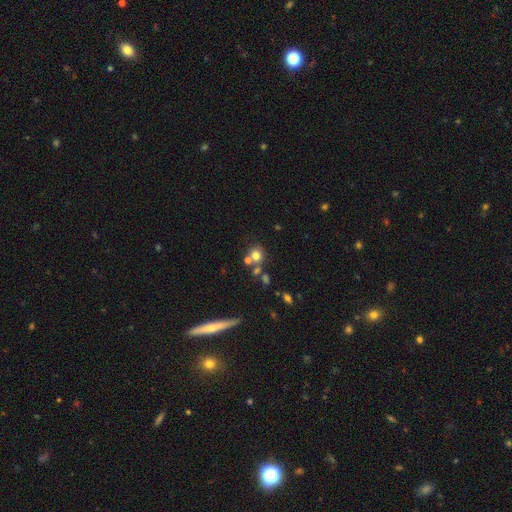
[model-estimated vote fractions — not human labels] Smooth or featured? smooth (71%)
How rounded? round (82%)
Merging? none (54%)